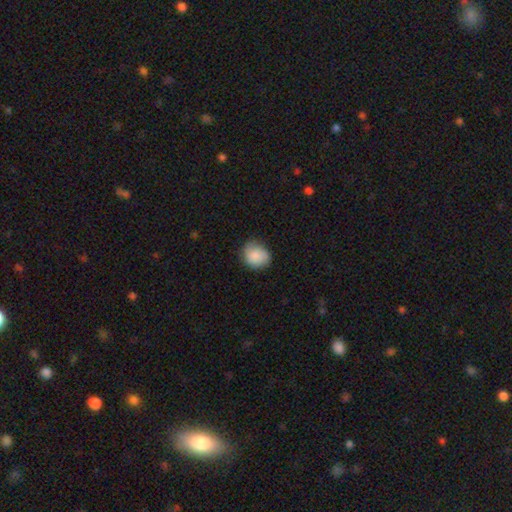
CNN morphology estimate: A smooth galaxy with no disk features (85%) that is round (72%). Merging: none (73%).